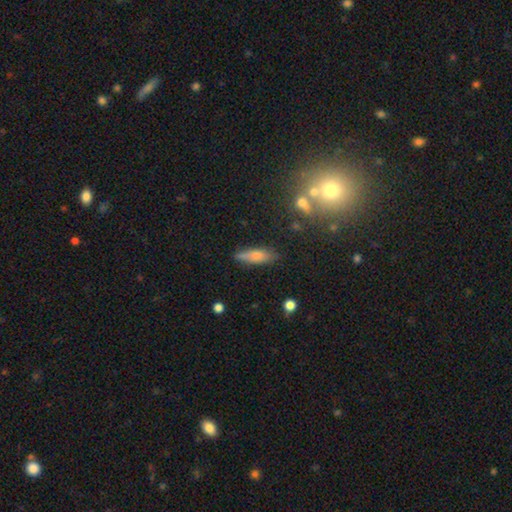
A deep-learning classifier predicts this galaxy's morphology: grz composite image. It shows a smooth galaxy with no disk features (72%) that is cigar-shaped (58%). Merging: none (76%).